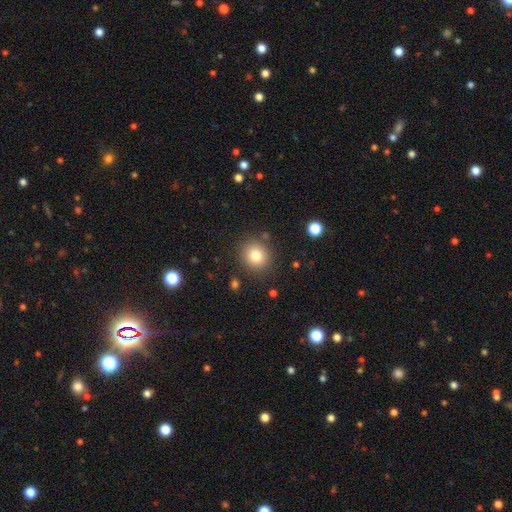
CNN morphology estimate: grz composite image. It shows a smooth galaxy with no disk features (80%) that is round (85%). Merging: none (86%).